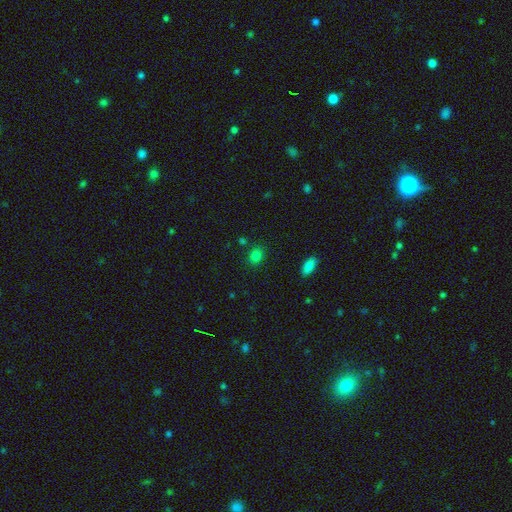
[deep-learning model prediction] The model was most divided on "how rounded": round: 51%, in between: 48%, cigar-shaped: 1%. More confident: merging — none (83%); smooth or featured — smooth (81%).